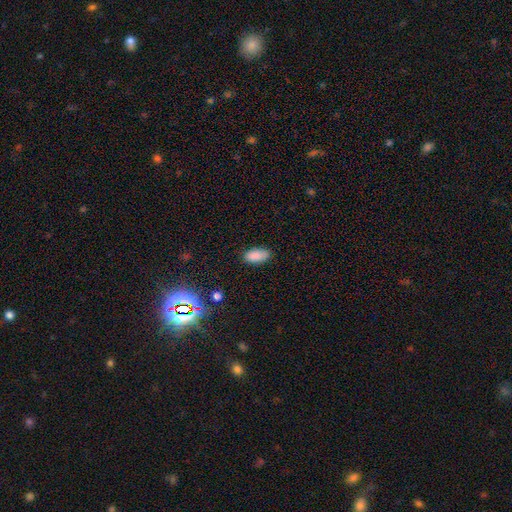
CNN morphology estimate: Q: Smooth or featured?
A: smooth (86%); runner-up: star or artifact (10%)
Q: How rounded?
A: in between (91%); runner-up: cigar-shaped (5%)
Q: Merging?
A: none (81%); runner-up: minor disturbance (15%)